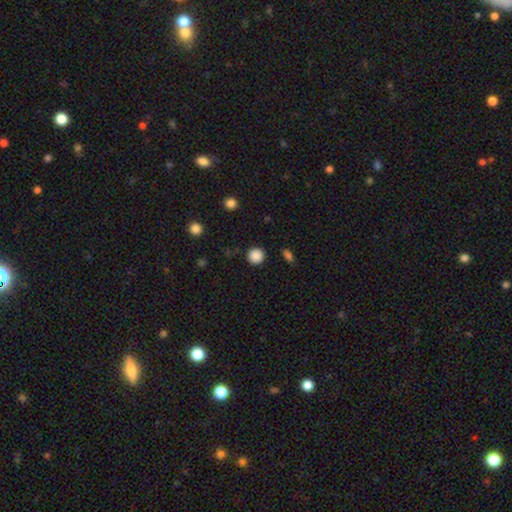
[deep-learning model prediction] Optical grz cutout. It shows a smooth galaxy with no disk features (87%) that is round (93%). Merging: none (89%).